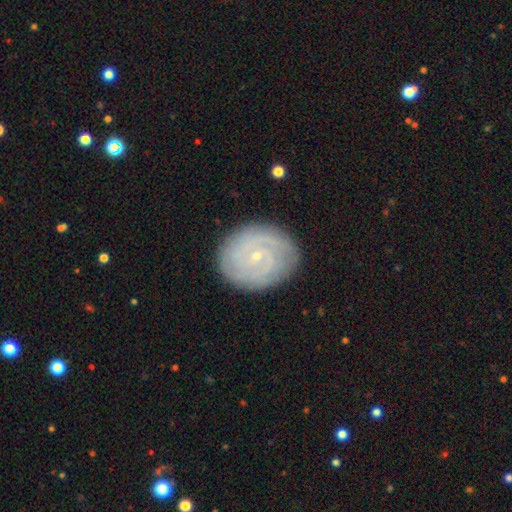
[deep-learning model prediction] A featured or disk galaxy (79%) with no bar (71%), tight (78%) spiral arms (95%) and a small central bulge (87%). Merging: none (85%).